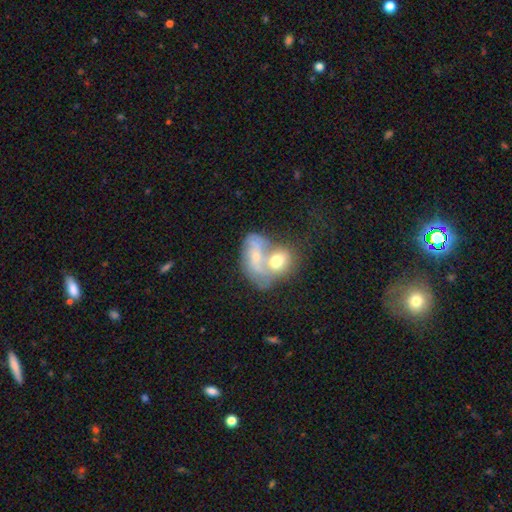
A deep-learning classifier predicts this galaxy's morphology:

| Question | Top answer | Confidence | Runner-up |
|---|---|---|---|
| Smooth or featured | featured or disk | 55% | smooth (36%) |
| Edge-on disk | no | 96% | yes (4%) |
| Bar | no | 67% | weak (26%) |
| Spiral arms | yes | 65% | no (35%) |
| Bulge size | small | 48% | moderate (42%) |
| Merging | merger | 69% | none (15%) |